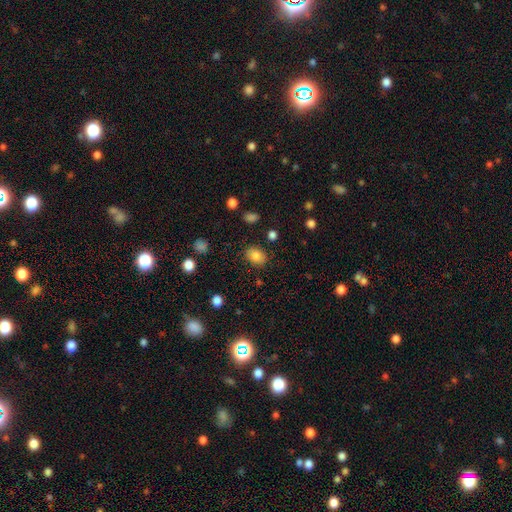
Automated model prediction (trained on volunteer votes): Q: Smooth or featured?
A: smooth (82%); runner-up: star or artifact (10%)
Q: How rounded?
A: in between (59%); runner-up: round (40%)
Q: Merging?
A: none (85%); runner-up: minor disturbance (10%)